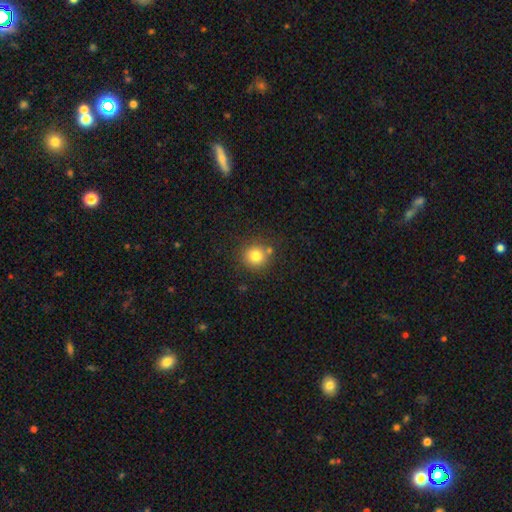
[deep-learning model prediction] Smooth or featured? smooth (80%)
How rounded? round (91%)
Merging? none (75%)